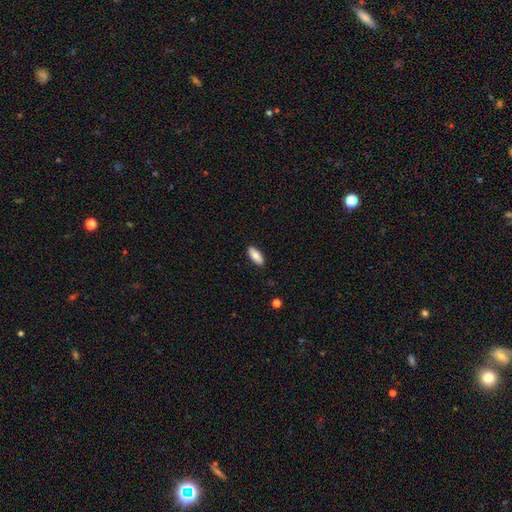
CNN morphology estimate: Smooth or featured?
  - smooth: 78% *
  - featured or disk: 16%
  - star or artifact: 6%
How rounded?
  - in between: 82% *
  - cigar-shaped: 16%
  - round: 2%
Merging?
  - none: 87% *
  - minor disturbance: 10%
  - major disturbance: 2%
  - merger: 1%